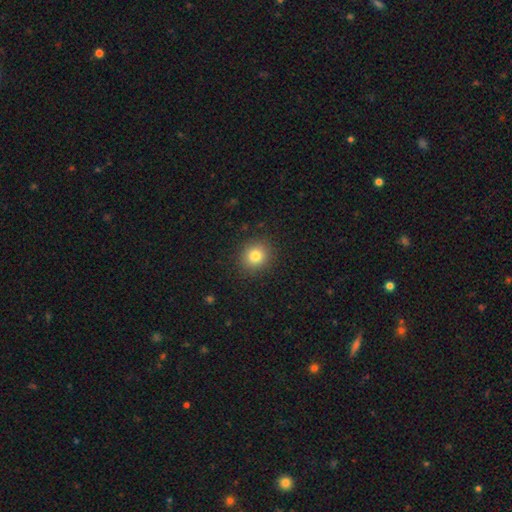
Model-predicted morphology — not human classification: Smooth or featured: smooth — 82% (star or artifact — 11%)
How rounded: round — 82% (in between — 18%)
Merging: none — 90% (minor disturbance — 7%)